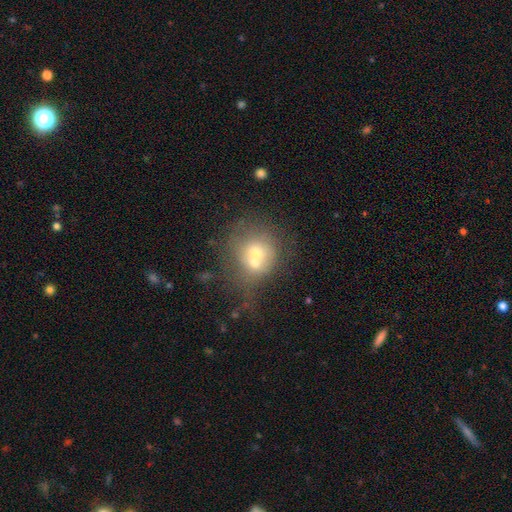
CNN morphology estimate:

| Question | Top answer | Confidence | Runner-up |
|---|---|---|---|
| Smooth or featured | smooth | 59% | featured or disk (28%) |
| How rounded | round | 80% | in between (19%) |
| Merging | merger | 56% | none (27%) |